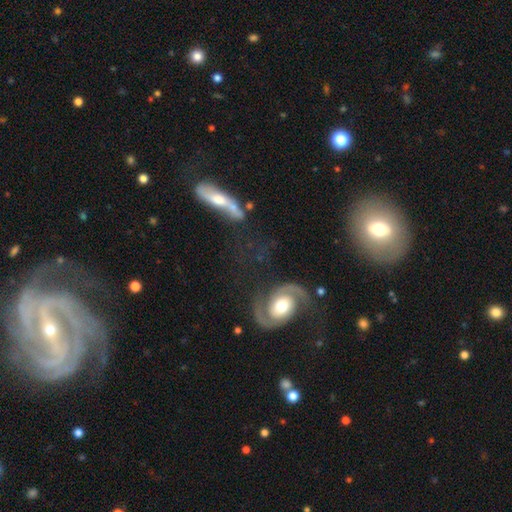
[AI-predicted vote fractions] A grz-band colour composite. It shows a featured or disk galaxy (67%) with no bar (40%), spiral arms (78%) and a moderate central bulge (45%). Merging: none (52%).